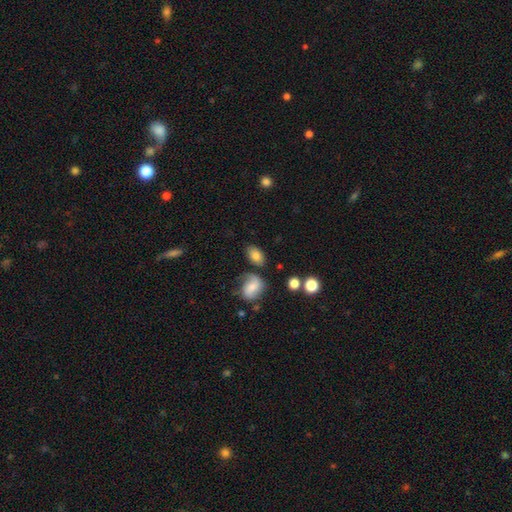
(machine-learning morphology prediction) Overall: smooth (79%). How rounded: in between (87%). Merging: none (70%).